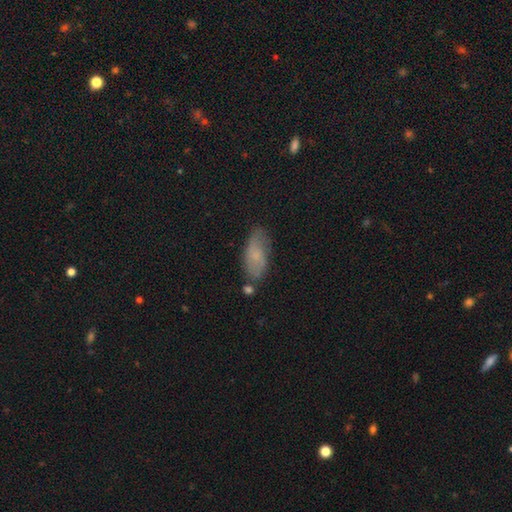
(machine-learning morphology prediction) type=smooth (63%); roundness=in between (84%); merging=none (67%).